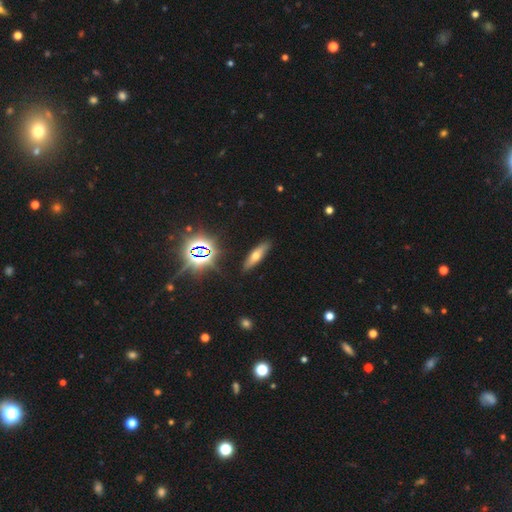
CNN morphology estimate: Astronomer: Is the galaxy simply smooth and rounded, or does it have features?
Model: smooth — 47% (runner-up: featured or disk, 35%).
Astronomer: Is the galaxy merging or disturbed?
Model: none — 87%.